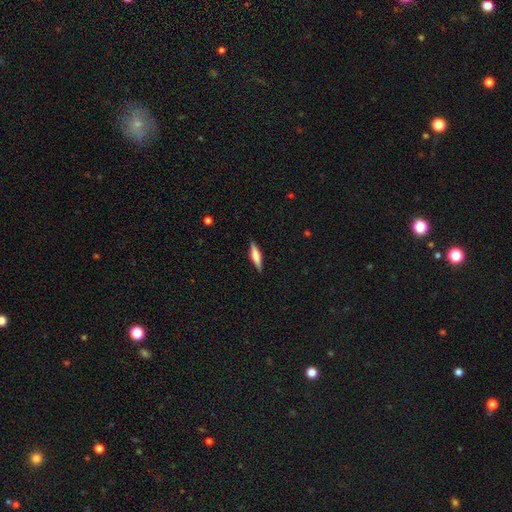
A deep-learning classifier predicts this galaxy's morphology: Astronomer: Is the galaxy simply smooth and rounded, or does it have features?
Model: smooth — 57% (runner-up: featured or disk, 37%).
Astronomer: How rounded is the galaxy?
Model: cigar-shaped — 78%.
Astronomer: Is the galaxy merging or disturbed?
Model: none — 89%.